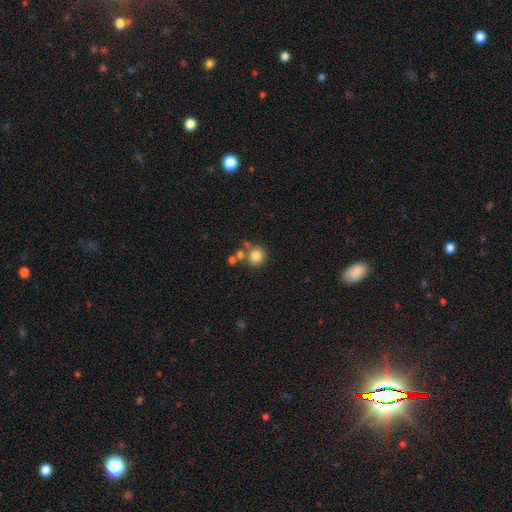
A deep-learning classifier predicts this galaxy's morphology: Smooth or featured: smooth — 81% (star or artifact — 11%)
How rounded: round — 90% (in between — 9%)
Merging: none — 67% (merger — 19%)